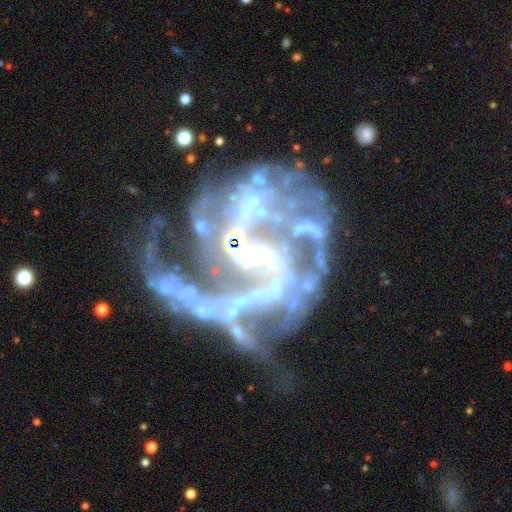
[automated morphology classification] featured or disk 86%, star or artifact 9%, smooth 4%. Down the decision tree: edge-on disk — no (98%); bar — strong (36%); spiral arms — yes (84%); spiral arm count — 2 (33%); spiral winding — medium (43%); bulge size — small (40%, tied with none); merging — major disturbance (40%).